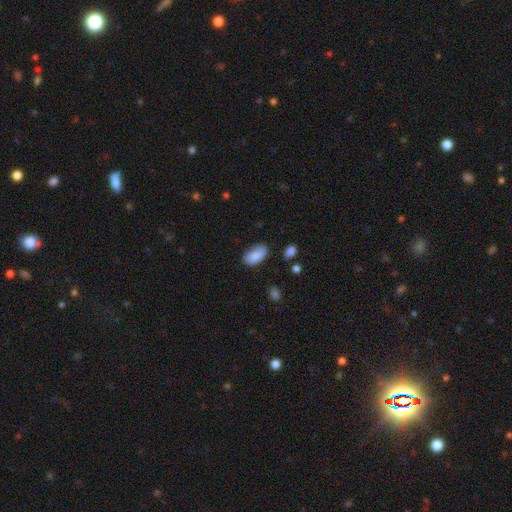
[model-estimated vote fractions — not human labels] smooth-or-featured: smooth: 88% | star or artifact: 7% | featured or disk: 5%
  how-rounded: in between: 95% | round: 3% | cigar-shaped: 2%
  merging: none: 78% | minor disturbance: 17% | major disturbance: 4% | merger: 2%